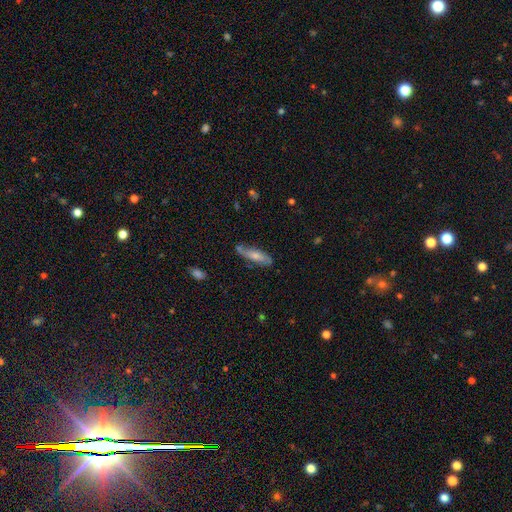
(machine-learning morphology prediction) Smooth or featured? smooth (53%)
How rounded? cigar-shaped (59%)
Merging? none (70%)